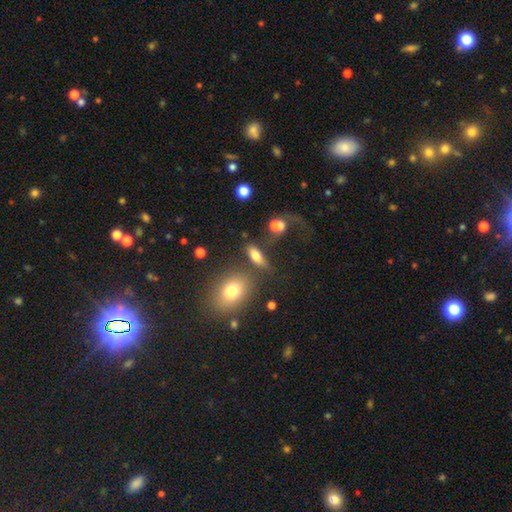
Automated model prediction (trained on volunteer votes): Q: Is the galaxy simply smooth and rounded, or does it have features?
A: smooth — 74%.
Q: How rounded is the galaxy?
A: in between — 75%.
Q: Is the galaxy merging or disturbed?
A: none — 59%.